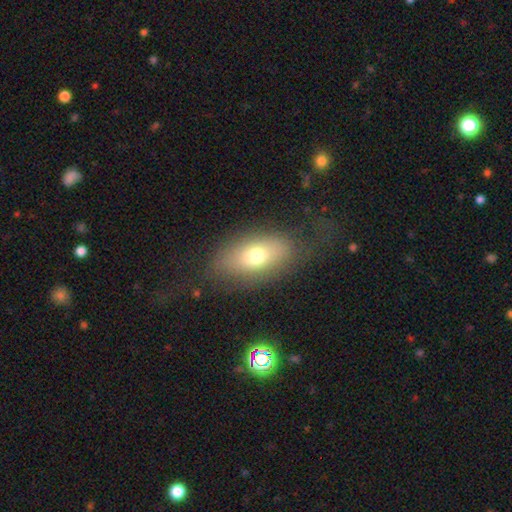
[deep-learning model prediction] smooth_or_featured: smooth (p=0.69) [alt: featured or disk p=0.20]
how_rounded: in between (p=0.86) [alt: round p=0.09]
merging: none (p=0.73) [alt: minor disturbance p=0.16]